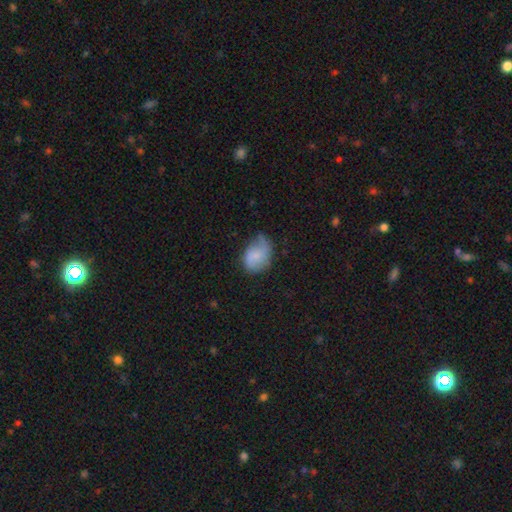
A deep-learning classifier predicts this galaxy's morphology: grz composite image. It shows a smooth galaxy with no disk features (60%) that is in between round and cigar-shaped (69%). Merging: none (46%).